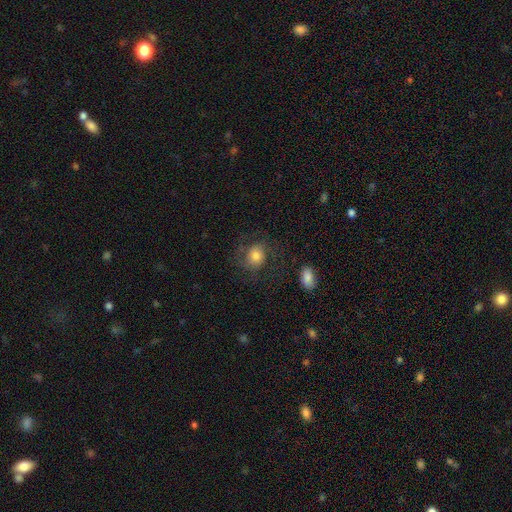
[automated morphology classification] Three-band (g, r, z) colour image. It shows a smooth galaxy with no disk features (48%). Merging: none (62%).